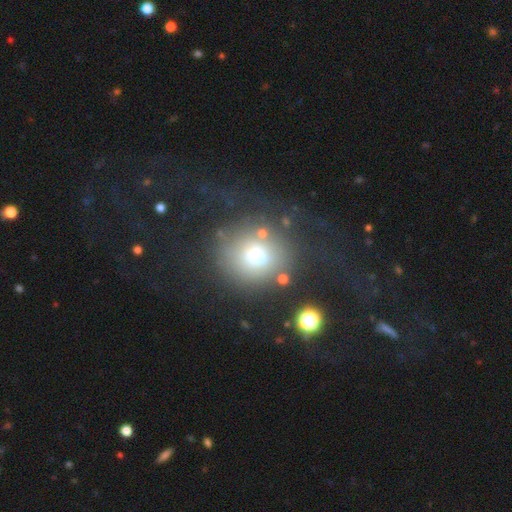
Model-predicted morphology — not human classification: A smooth galaxy with no disk features (62%) that is round (85%). Merging: none (52%).